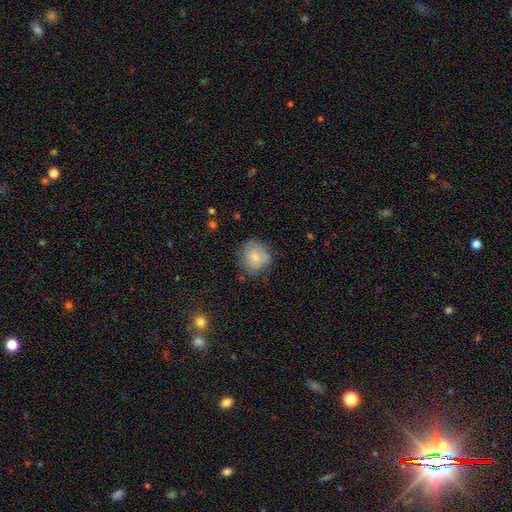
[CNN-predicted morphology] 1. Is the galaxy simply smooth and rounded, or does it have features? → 74% smooth, 17% featured or disk, 8% star or artifact.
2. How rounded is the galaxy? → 83% round, 16% in between, 1% cigar-shaped.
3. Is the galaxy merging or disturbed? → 68% none, 23% minor disturbance, 7% major disturbance, 2% merger.